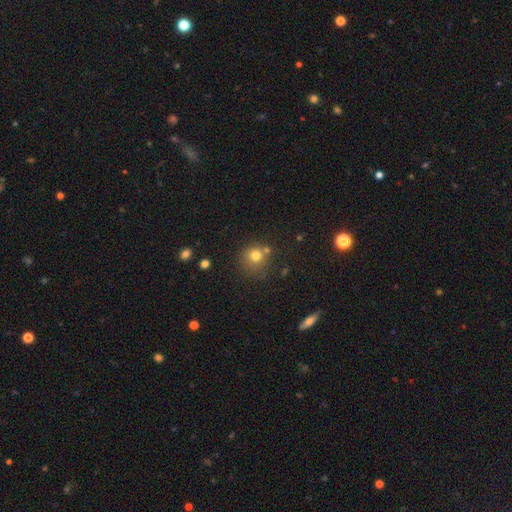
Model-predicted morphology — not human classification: Overall: smooth (75%). How rounded: round (89%). Merging: none (65%).